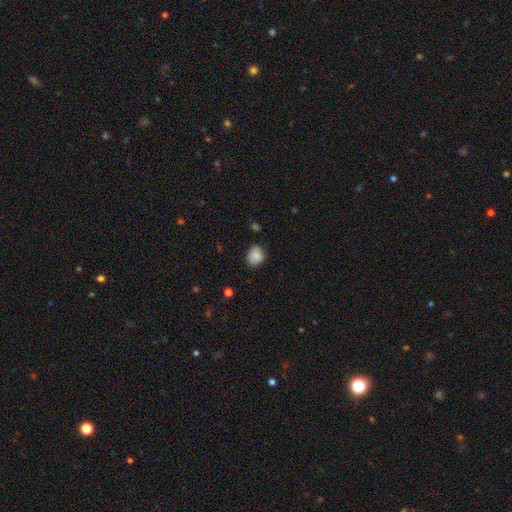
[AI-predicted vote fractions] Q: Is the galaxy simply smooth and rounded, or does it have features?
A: smooth — 84%.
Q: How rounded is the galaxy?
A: round — 54%.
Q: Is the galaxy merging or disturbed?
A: none — 75%.